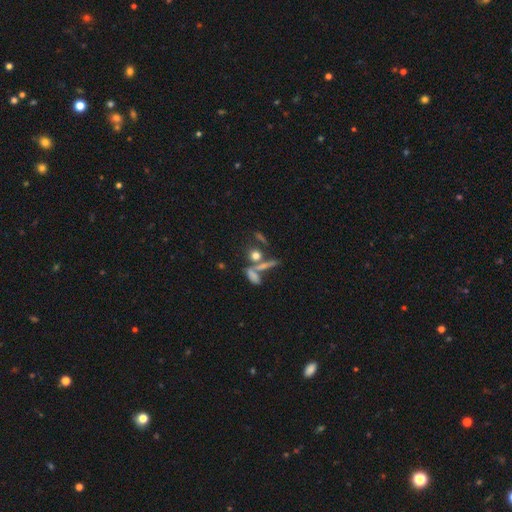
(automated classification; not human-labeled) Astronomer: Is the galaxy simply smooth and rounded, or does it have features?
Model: smooth — 59%.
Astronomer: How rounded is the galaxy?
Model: round — 53% (runner-up: in between, 30%).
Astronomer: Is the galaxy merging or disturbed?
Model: none — 49% (runner-up: merger, 33%).